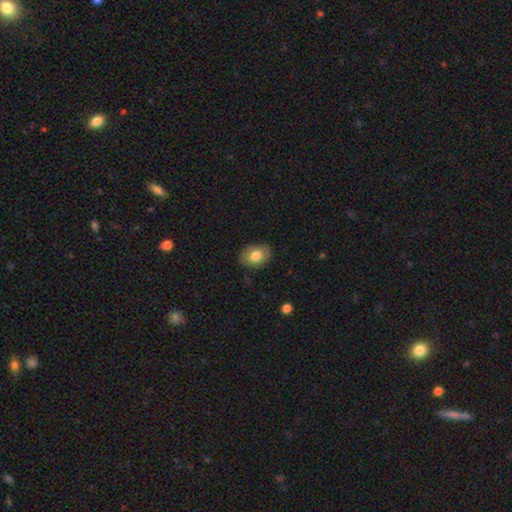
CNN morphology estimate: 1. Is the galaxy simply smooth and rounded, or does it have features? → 80% smooth, 13% featured or disk, 8% star or artifact.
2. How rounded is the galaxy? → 76% in between, 23% round, 1% cigar-shaped.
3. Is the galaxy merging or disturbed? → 84% none, 12% minor disturbance, 3% major disturbance, 1% merger.